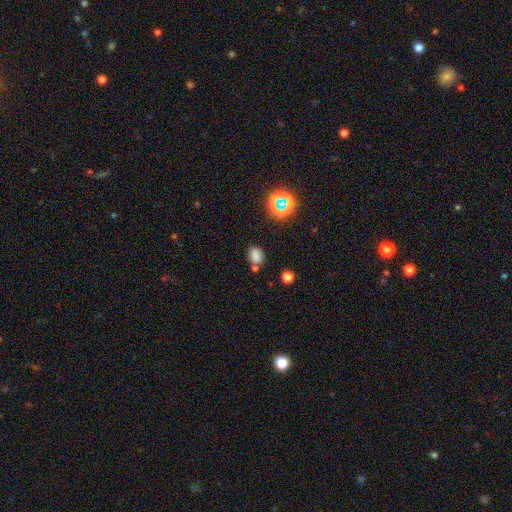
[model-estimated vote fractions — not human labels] Smooth or featured? Predicted: smooth (p=0.73). How rounded? Predicted: in between (p=0.72). Merging? Predicted: none (p=0.63).